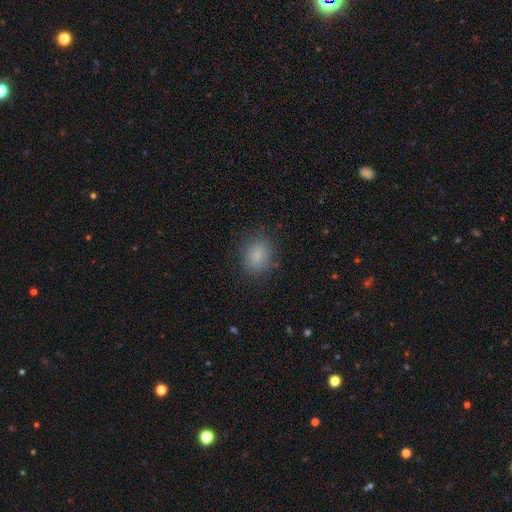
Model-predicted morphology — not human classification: type=smooth (83%); roundness=round (54%); merging=none (84%).